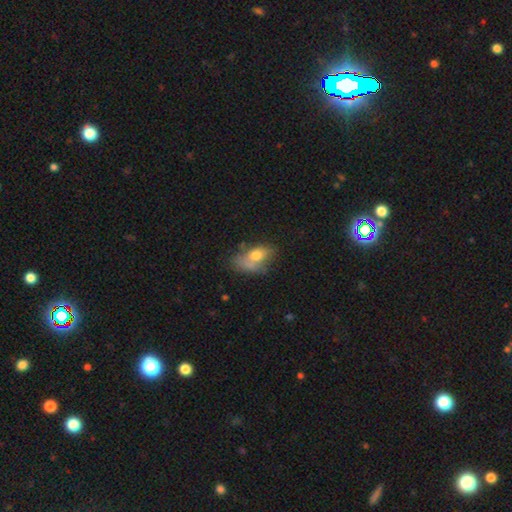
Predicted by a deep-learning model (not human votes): Smooth or featured: smooth — 67% (featured or disk — 23%)
How rounded: in between — 84% (round — 12%)
Merging: none — 34% (minor disturbance — 30%)